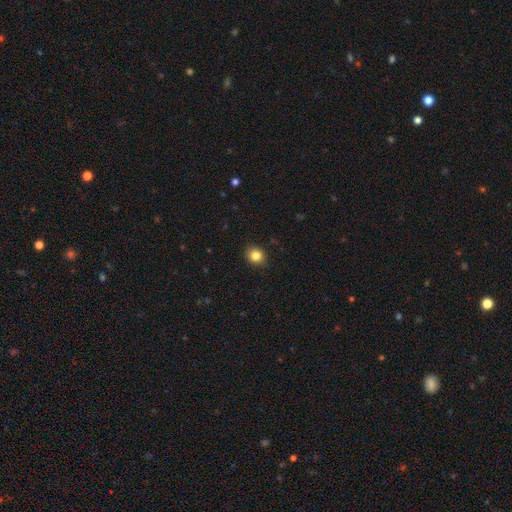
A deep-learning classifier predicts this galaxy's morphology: Q: Smooth or featured?
A: smooth (84%); runner-up: star or artifact (10%)
Q: How rounded?
A: round (67%); runner-up: in between (32%)
Q: Merging?
A: none (89%); runner-up: minor disturbance (8%)